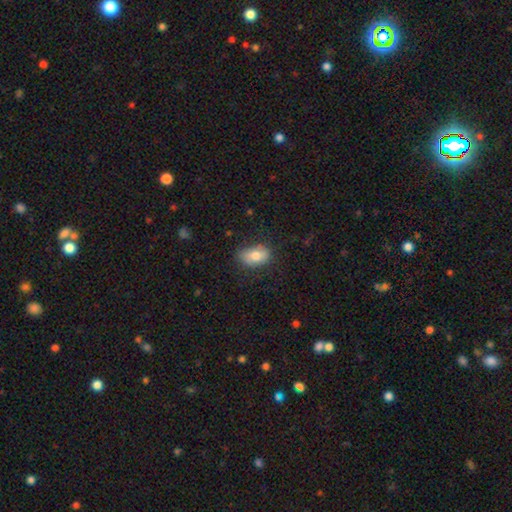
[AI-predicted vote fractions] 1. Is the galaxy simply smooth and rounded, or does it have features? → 77% smooth, 16% featured or disk, 8% star or artifact.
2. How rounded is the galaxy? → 86% in between, 12% round, 2% cigar-shaped.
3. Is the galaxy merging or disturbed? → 71% none, 21% minor disturbance, 6% major disturbance, 1% merger.